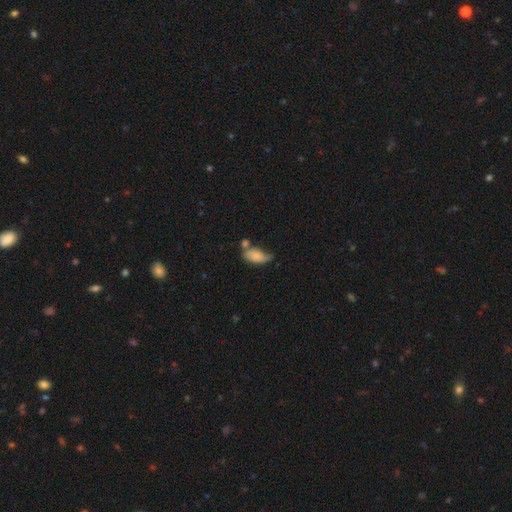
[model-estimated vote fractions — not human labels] Morphology: type=smooth (72%); roundness=in between (89%); merging=minor disturbance (31%).